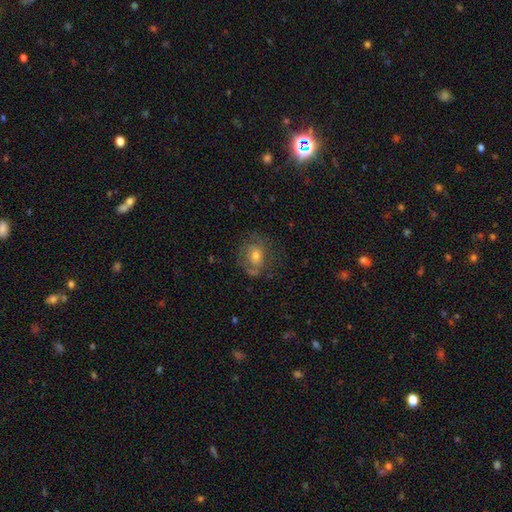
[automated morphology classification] Smooth or featured?
  - featured or disk: 49% *
  - smooth: 40%
  - star or artifact: 12%
Merging?
  - none: 61% *
  - minor disturbance: 22%
  - major disturbance: 15%
  - merger: 2%